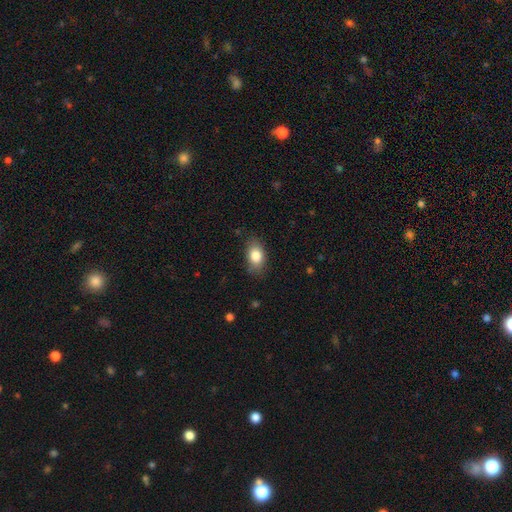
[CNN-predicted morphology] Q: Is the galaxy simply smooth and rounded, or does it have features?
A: smooth — 82%.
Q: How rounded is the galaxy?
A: in between — 86%.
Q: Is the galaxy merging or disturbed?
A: none — 80%.